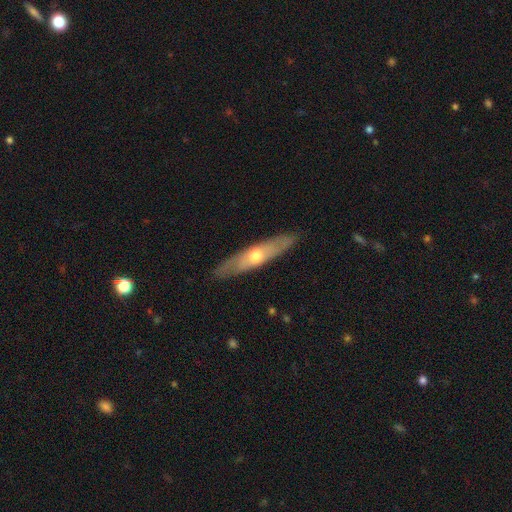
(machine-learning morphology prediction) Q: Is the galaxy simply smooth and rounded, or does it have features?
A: featured or disk — 52%.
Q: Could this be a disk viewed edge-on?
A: yes — 66%.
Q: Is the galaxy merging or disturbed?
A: none — 87%.